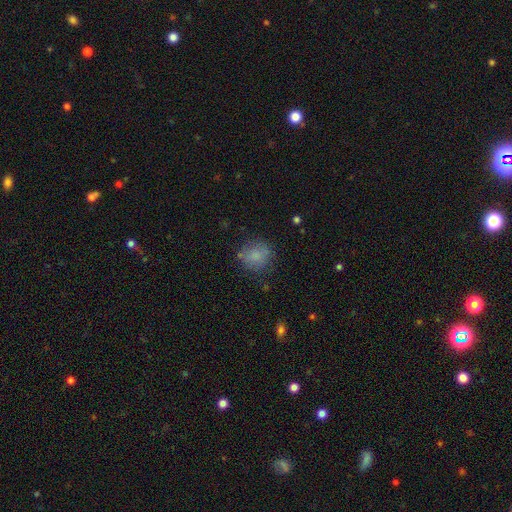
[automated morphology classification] The model was most divided on "merging": none: 74%, minor disturbance: 16%, major disturbance: 6%, merger: 4%. More confident: how rounded — round (84%); smooth or featured — smooth (79%).